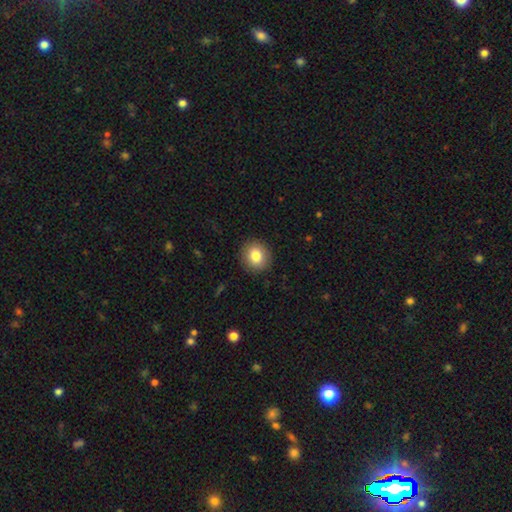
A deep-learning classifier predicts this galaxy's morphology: This appears to be a smooth galaxy with no disk features (83%) that is round (84%). Merging: none (91%).